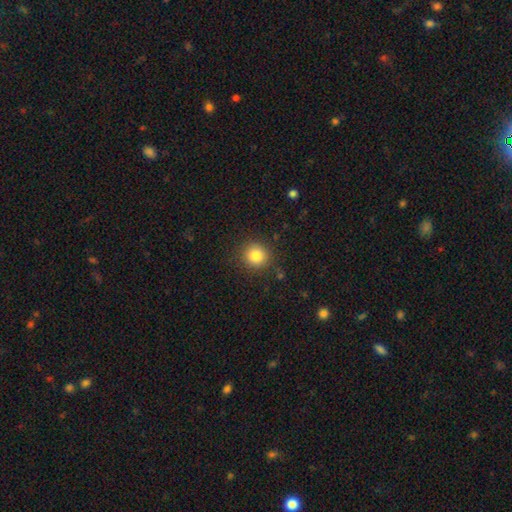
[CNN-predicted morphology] type=smooth (83%); roundness=round (92%); merging=none (88%).